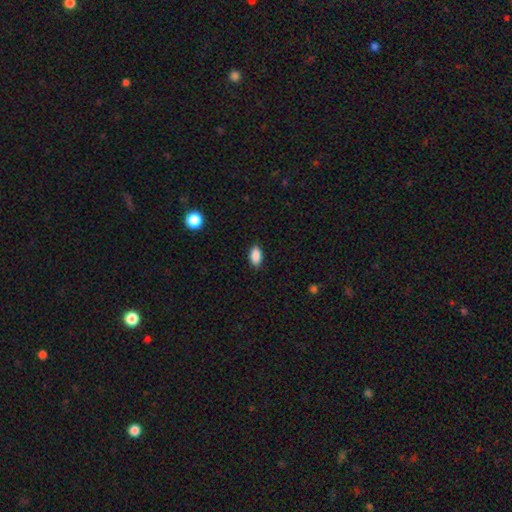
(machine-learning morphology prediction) smooth_or_featured: smooth (p=0.88) [alt: star or artifact p=0.08]
how_rounded: in between (p=0.91) [alt: round p=0.05]
merging: none (p=0.87) [alt: minor disturbance p=0.09]